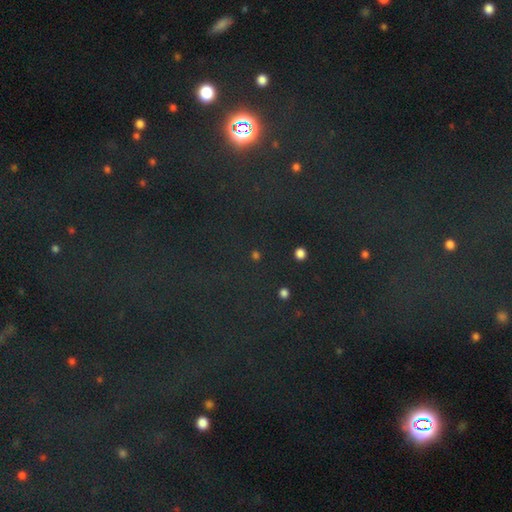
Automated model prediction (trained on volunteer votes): Overall: star or artifact (70%).